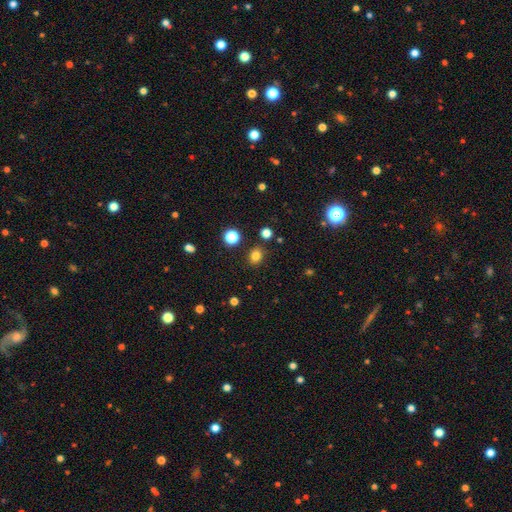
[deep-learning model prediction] smooth 80%, star or artifact 15%, featured or disk 5%. Down the decision tree: how rounded — round (65%); merging — none (86%).